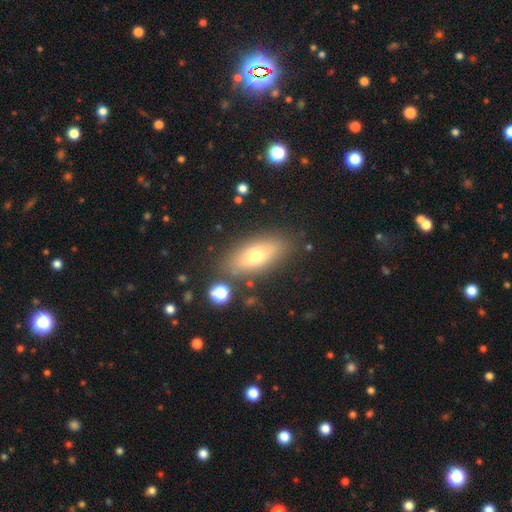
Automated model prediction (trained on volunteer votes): smooth-or-featured: smooth: 65% | featured or disk: 26% | star or artifact: 9%
  how-rounded: in between: 78% | cigar-shaped: 18% | round: 4%
  merging: none: 81% | minor disturbance: 12% | merger: 4% | major disturbance: 4%